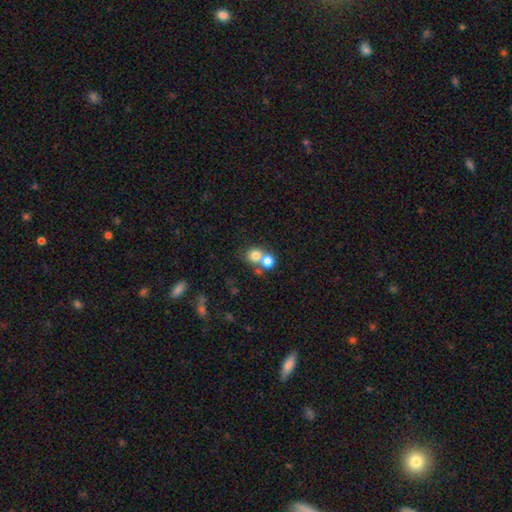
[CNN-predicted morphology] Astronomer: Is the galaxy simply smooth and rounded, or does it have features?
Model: smooth — 76%.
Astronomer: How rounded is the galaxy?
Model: round — 84%.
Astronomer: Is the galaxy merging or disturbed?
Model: merger — 55% (runner-up: none, 37%).